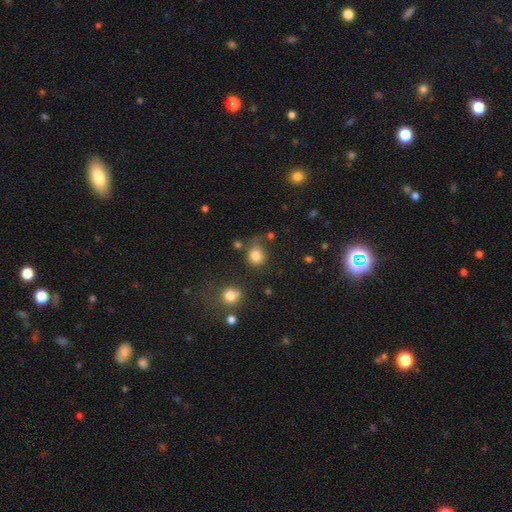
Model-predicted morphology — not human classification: The model was most divided on "merging": none: 59%, minor disturbance: 24%, major disturbance: 11%, merger: 7%. More confident: smooth or featured — smooth (81%); how rounded — round (76%).